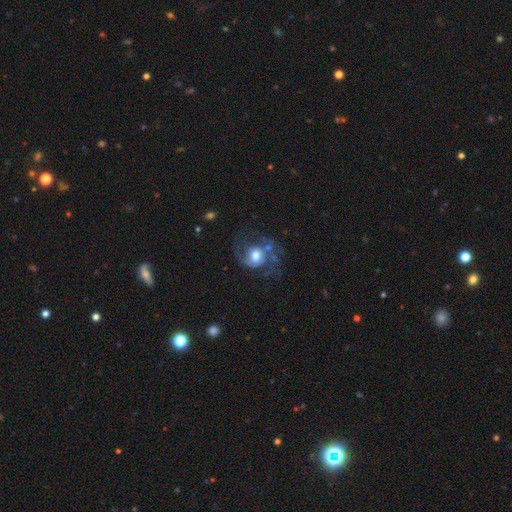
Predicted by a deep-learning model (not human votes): The model was most divided on "bulge size": moderate: 54%, large: 35%, small: 6%, dominant: 3%, none: 2%. Remaining: edge-on disk — no (98%); spiral arms — yes (85%); smooth or featured — featured or disk (72%); bar — no (68%); spiral arm count — 2 (66%); spiral winding — medium (48%); merging — none (47%).